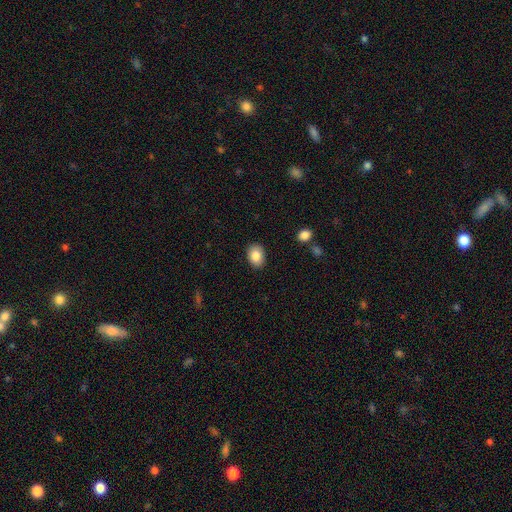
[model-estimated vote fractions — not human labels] Morphology: type=smooth (85%); roundness=in between (69%); merging=none (88%).